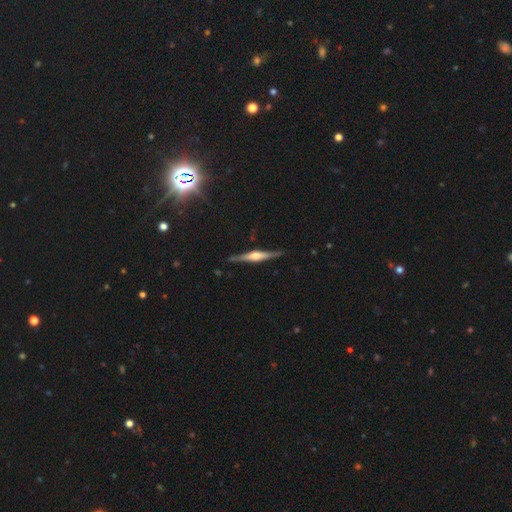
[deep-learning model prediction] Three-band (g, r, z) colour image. It shows a featured or disk galaxy (78%) viewed edge-on (98%) with a rounded central bulge (77%). Merging: none (88%).